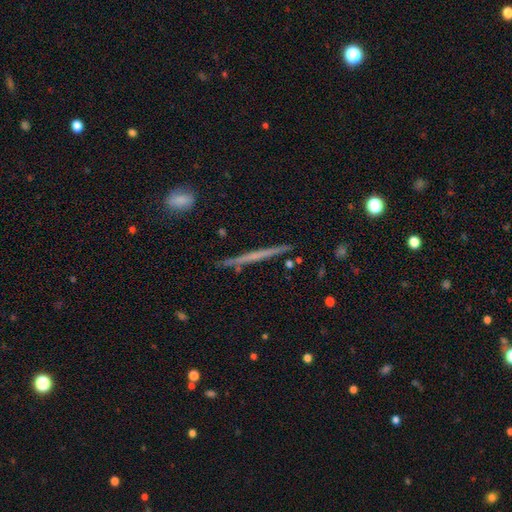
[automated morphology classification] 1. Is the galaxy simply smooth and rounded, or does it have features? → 57% featured or disk, 36% smooth, 7% star or artifact.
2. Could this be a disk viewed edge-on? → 97% yes, 3% no.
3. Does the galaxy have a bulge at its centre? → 86% none, 9% rounded, 4% boxy.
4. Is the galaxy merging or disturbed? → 91% none, 6% minor disturbance, 1% major disturbance, 1% merger.